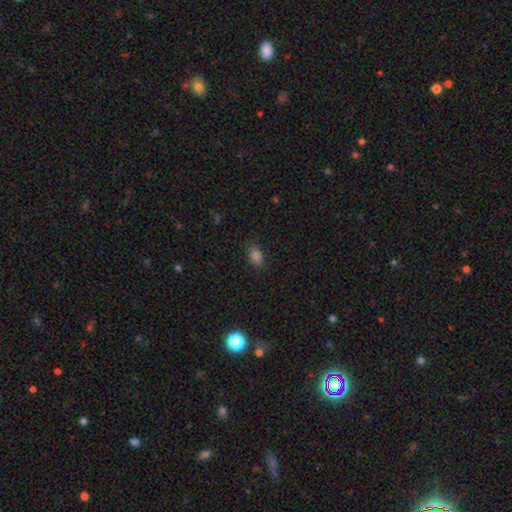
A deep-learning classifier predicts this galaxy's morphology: Overall: smooth (79%). How rounded: in between (84%). Merging: none (84%).